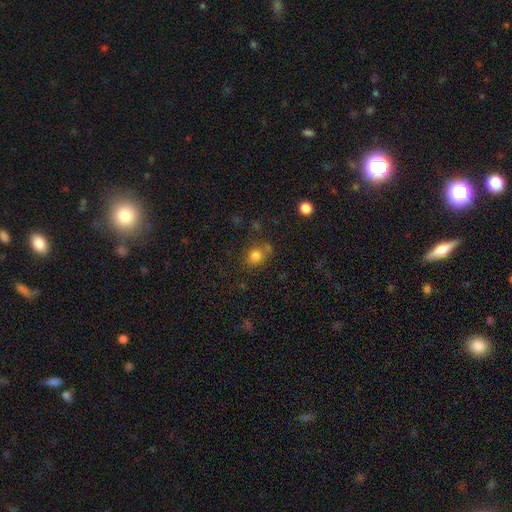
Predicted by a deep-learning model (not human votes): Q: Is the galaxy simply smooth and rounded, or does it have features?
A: smooth — 79%.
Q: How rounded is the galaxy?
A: round — 64%.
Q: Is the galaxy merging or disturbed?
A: none — 65%.